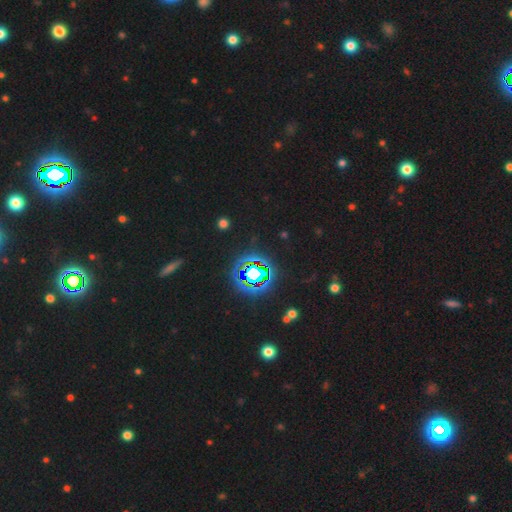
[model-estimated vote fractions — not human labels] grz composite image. It shows a star or artifact, not a galaxy (78%).